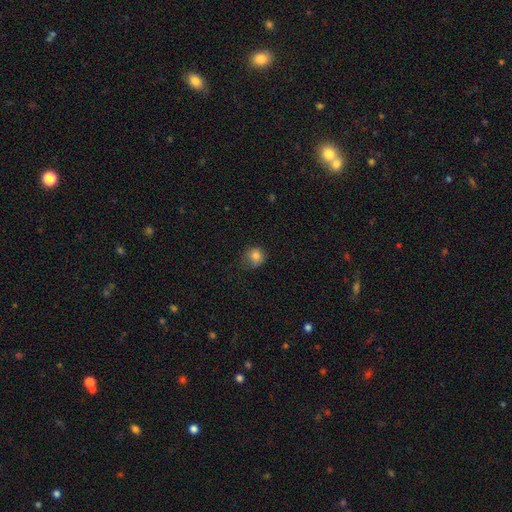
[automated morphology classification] A smooth galaxy with no disk features (82%) that is round (80%). Merging: none (58%).